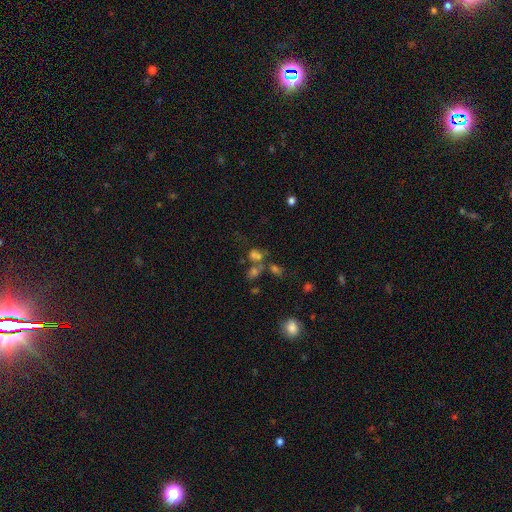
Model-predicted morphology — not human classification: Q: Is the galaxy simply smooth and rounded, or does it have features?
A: smooth — 55%.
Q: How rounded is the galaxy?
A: round — 50%.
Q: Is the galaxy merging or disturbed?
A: merger — 45%.